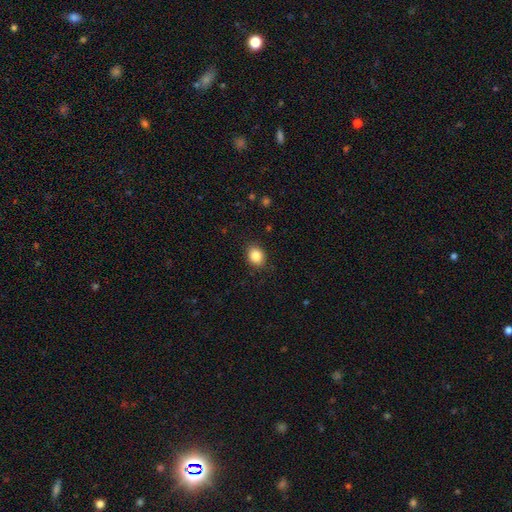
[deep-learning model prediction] Overall: smooth (85%). How rounded: in between (50%; round 49%). Merging: none (87%).